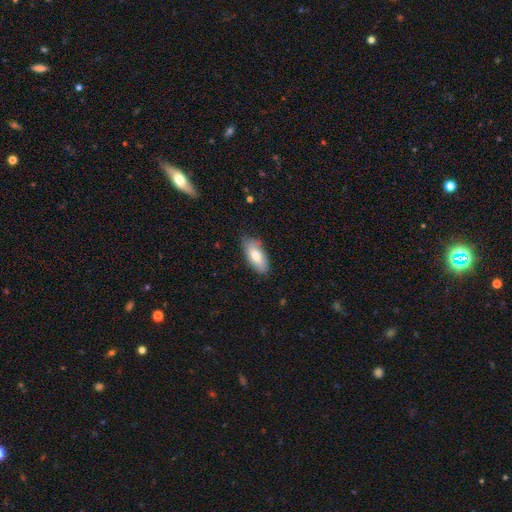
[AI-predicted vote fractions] This appears to be a smooth galaxy with no disk features (77%) that is in between round and cigar-shaped (85%). Merging: none (78%).